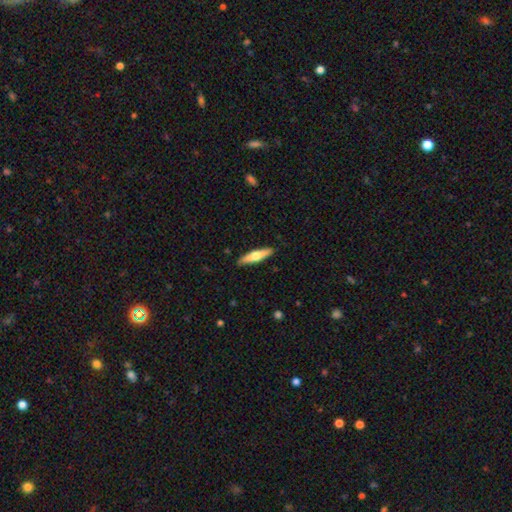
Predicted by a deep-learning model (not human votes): Smooth or featured? smooth (54%)
How rounded? cigar-shaped (76%)
Merging? none (89%)